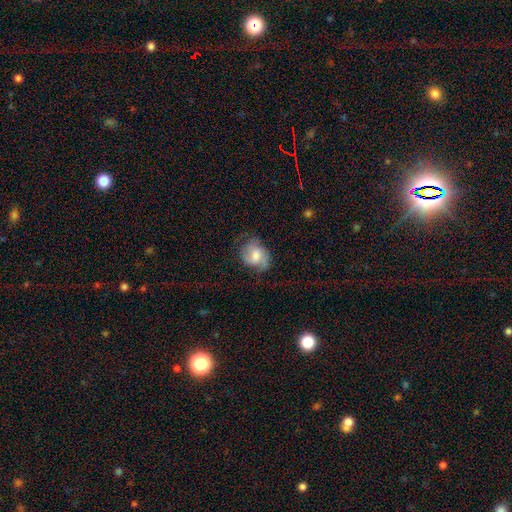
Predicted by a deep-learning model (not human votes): Smooth or featured: smooth — 47% (featured or disk — 46%)
Merging: none — 55% (minor disturbance — 28%)